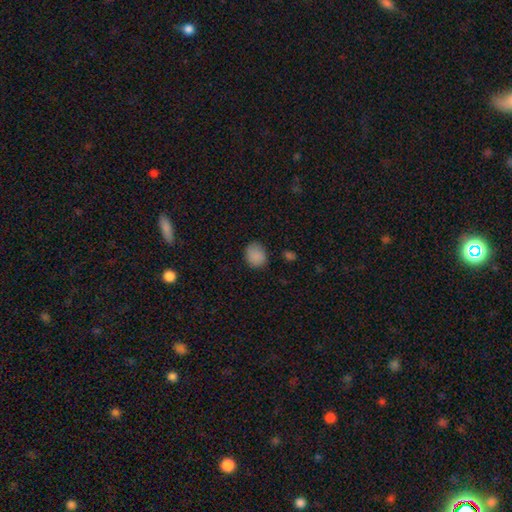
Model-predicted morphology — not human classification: Q: Smooth or featured?
A: smooth (87%); runner-up: star or artifact (10%)
Q: How rounded?
A: round (59%); runner-up: in between (40%)
Q: Merging?
A: none (79%); runner-up: minor disturbance (16%)